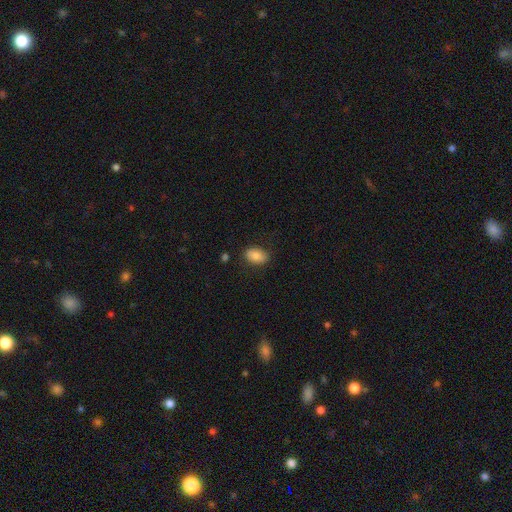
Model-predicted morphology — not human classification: This is clearly a smooth galaxy (84%). How rounded: clearly in between (87%). Merging: clearly none (83%).